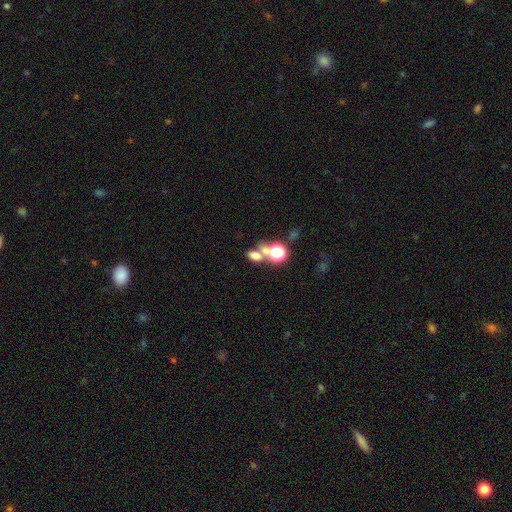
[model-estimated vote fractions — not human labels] Overall: smooth (65%). How rounded: in between (71%). Merging: none (43%; merger 42%).